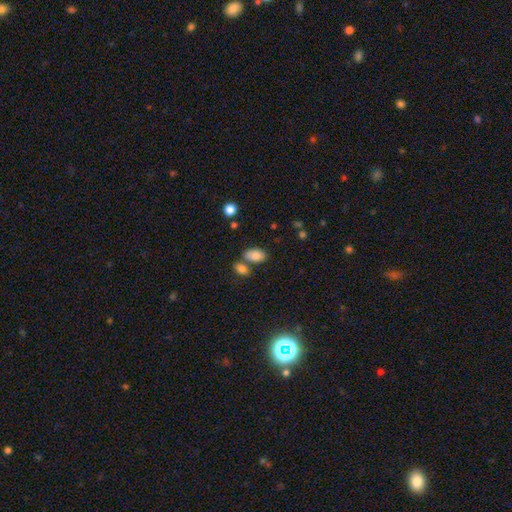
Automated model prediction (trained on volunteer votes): Smooth or featured: smooth — 84% (star or artifact — 9%)
How rounded: in between — 90% (round — 8%)
Merging: none — 56% (merger — 26%)